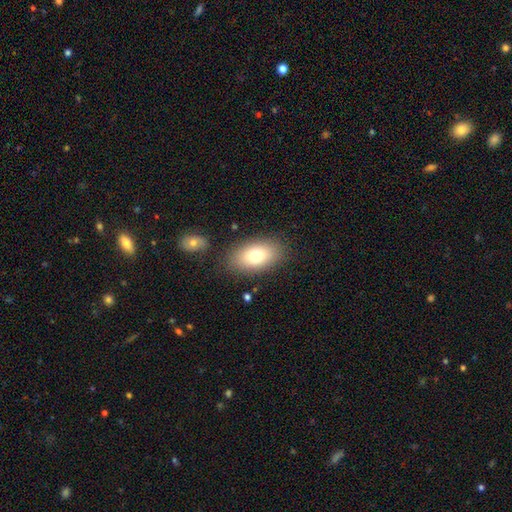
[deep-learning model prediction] Q: Smooth or featured?
A: smooth (76%); runner-up: featured or disk (16%)
Q: How rounded?
A: in between (91%); runner-up: round (7%)
Q: Merging?
A: none (84%); runner-up: minor disturbance (10%)